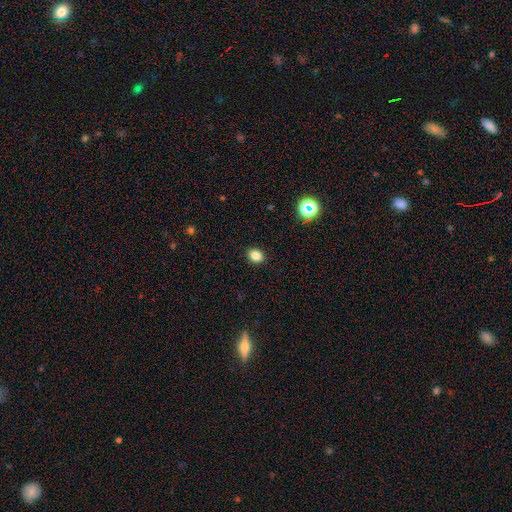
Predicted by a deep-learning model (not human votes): This is clearly a smooth galaxy (83%). How rounded: possibly in between (52%). Merging: clearly none (90%).